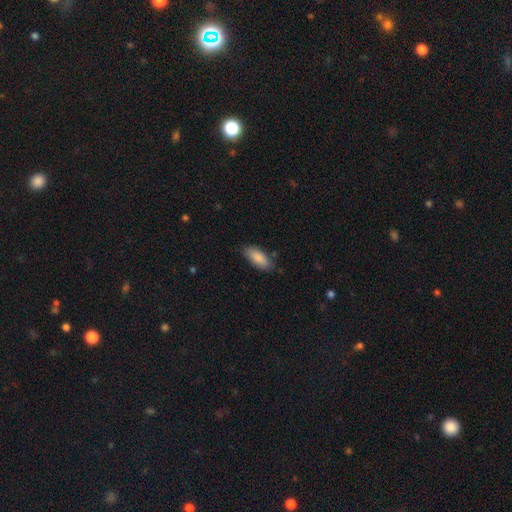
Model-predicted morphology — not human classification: smooth_or_featured: smooth (p=0.87) [alt: featured or disk p=0.07]
how_rounded: in between (p=0.85) [alt: cigar-shaped p=0.13]
merging: none (p=0.81) [alt: minor disturbance p=0.15]